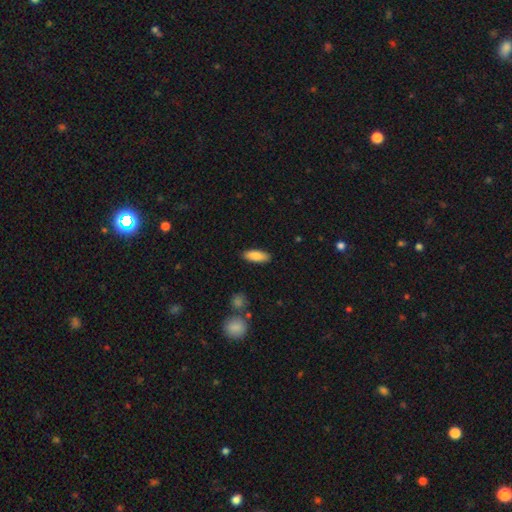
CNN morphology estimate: smooth 87%, featured or disk 7%, star or artifact 6%. Down the decision tree: how rounded — in between (71%); merging — none (88%).